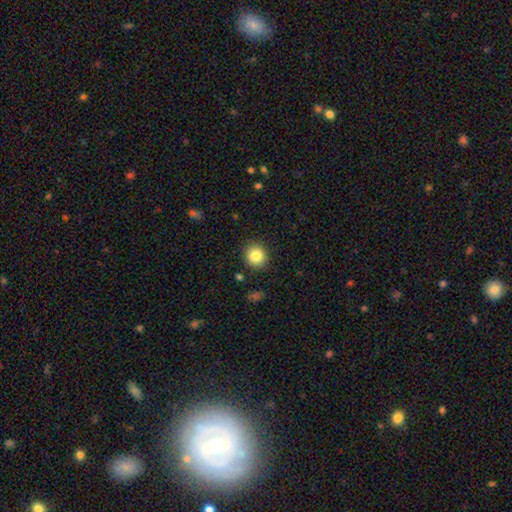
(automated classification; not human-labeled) Morphology: type=smooth (84%); roundness=round (86%); merging=none (89%).